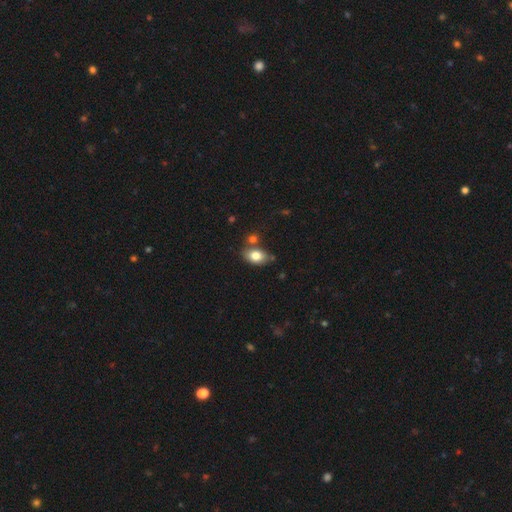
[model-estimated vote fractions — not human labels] Overall: smooth (80%). How rounded: in between (81%). Merging: none (64%).